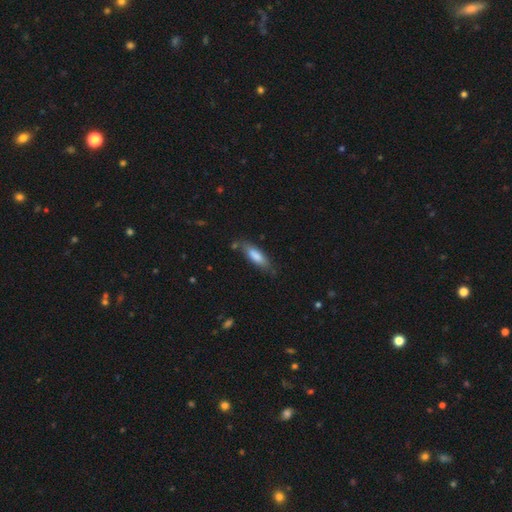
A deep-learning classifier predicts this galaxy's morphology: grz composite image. It shows a smooth galaxy with no disk features (78%) that is cigar-shaped (49%, tied with in between). Merging: none (71%).